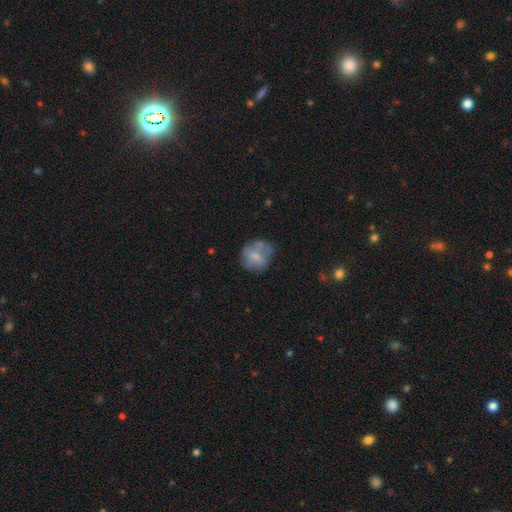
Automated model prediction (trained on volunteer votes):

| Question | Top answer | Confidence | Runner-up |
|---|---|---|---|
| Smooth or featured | smooth | 58% | featured or disk (33%) |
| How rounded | round | 76% | in between (23%) |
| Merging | none | 57% | minor disturbance (25%) |